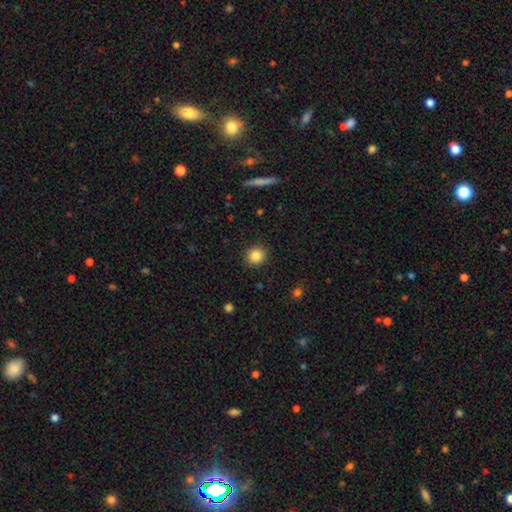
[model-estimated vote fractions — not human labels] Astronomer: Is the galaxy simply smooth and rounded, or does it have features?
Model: smooth — 86%.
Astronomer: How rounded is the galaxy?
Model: round — 88%.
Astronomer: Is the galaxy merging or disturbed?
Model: none — 90%.